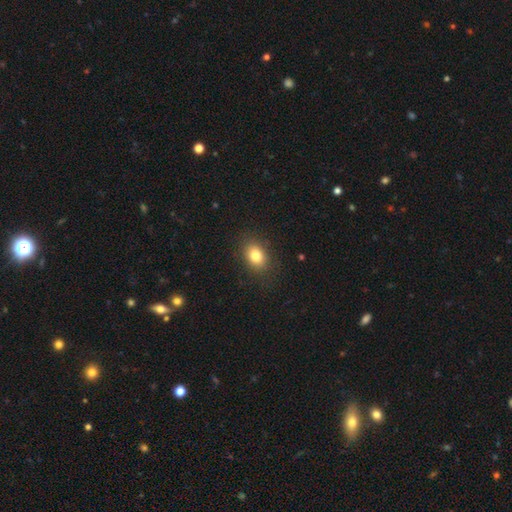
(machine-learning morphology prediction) Smooth or featured? smooth (82%)
How rounded? in between (69%)
Merging? none (86%)